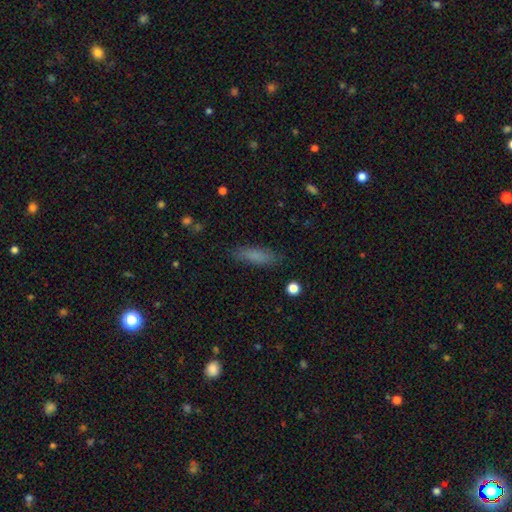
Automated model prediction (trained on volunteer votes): smooth 80%, featured or disk 11%, star or artifact 9%. Down the decision tree: how rounded — cigar-shaped (62%); merging — none (85%).